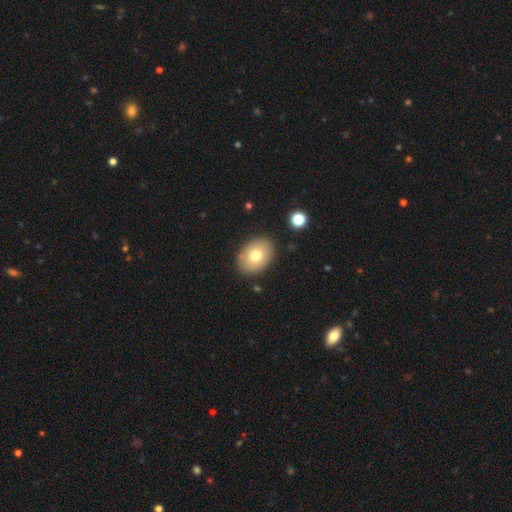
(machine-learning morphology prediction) smooth-or-featured: smooth: 76% | featured or disk: 16% | star or artifact: 8%
  how-rounded: in between: 78% | round: 21% | cigar-shaped: 1%
  merging: none: 86% | minor disturbance: 10% | major disturbance: 2% | merger: 2%